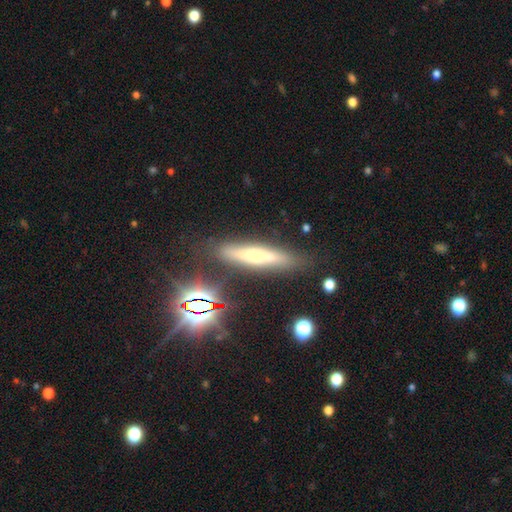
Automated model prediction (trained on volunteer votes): Smooth or featured: featured or disk — 47% (smooth — 40%)
Merging: none — 81% (minor disturbance — 12%)